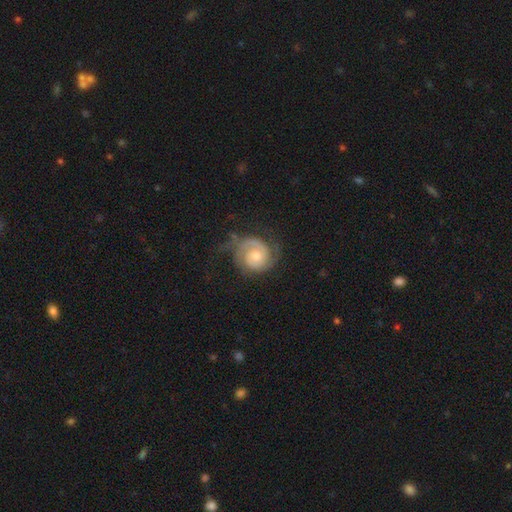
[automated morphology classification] This is clearly a featured or disk galaxy (84%). It is clearly not viewed edge-on (98%). Bar: likely no (70%). Spiral arm pattern: clearly yes (96%). Spiral arm count: likely 2 (72%). Spiral winding: possibly tight (56%). Central bulge: possibly moderate (58%). Merging: likely none (65%).